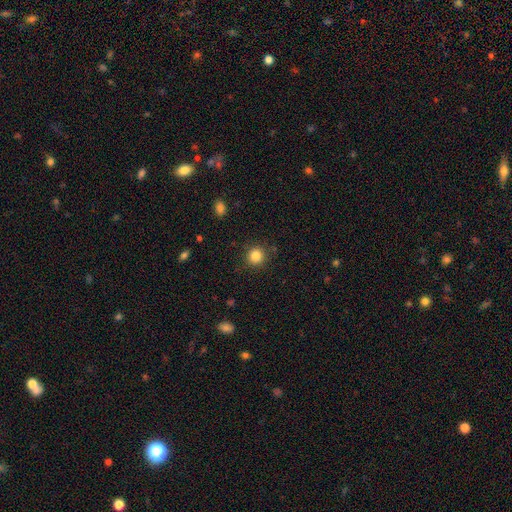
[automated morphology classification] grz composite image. It shows a smooth galaxy with no disk features (84%) that is round (93%). Merging: none (89%).